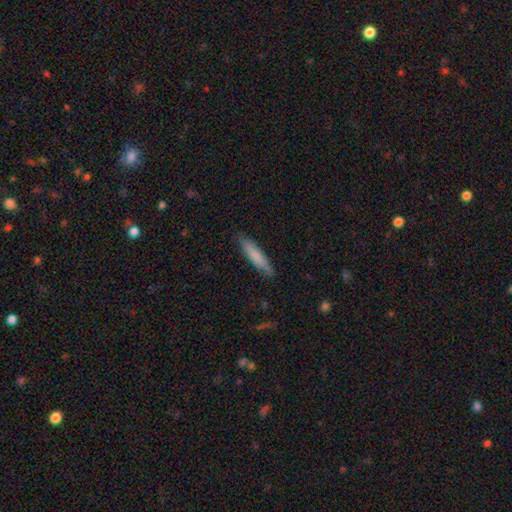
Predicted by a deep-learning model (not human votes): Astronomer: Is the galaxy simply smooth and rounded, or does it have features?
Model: smooth — 77%.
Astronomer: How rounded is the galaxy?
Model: cigar-shaped — 87%.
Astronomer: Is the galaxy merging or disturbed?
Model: none — 86%.